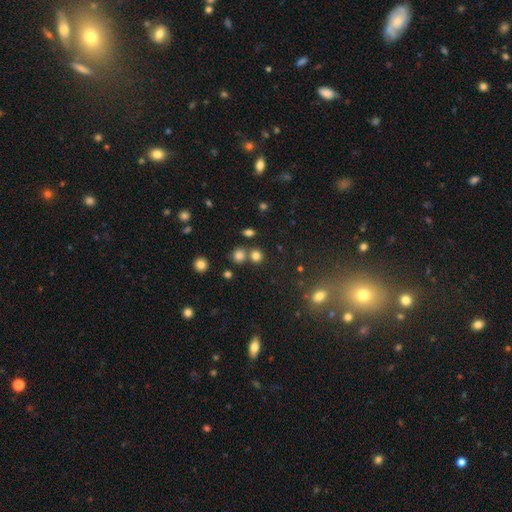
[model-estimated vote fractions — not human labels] Morphology: type=smooth (77%); roundness=round (86%); merging=none (70%).